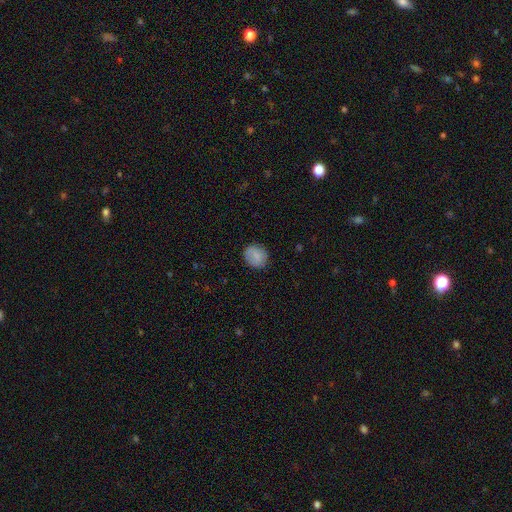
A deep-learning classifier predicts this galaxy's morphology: Smooth or featured: smooth — 81% (featured or disk — 11%)
How rounded: round — 80% (in between — 19%)
Merging: none — 85% (minor disturbance — 11%)